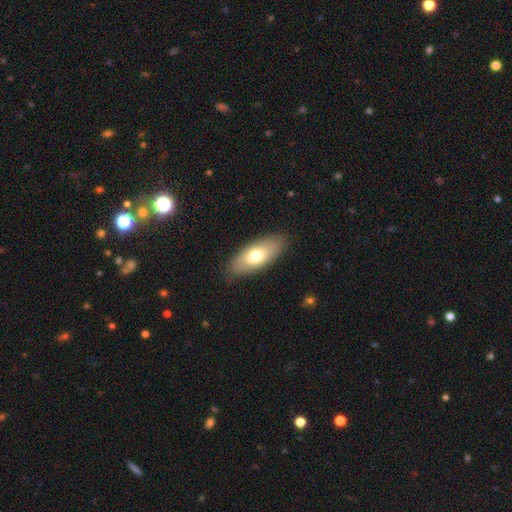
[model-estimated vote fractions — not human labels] Smooth or featured? smooth (69%)
How rounded? in between (83%)
Merging? none (86%)